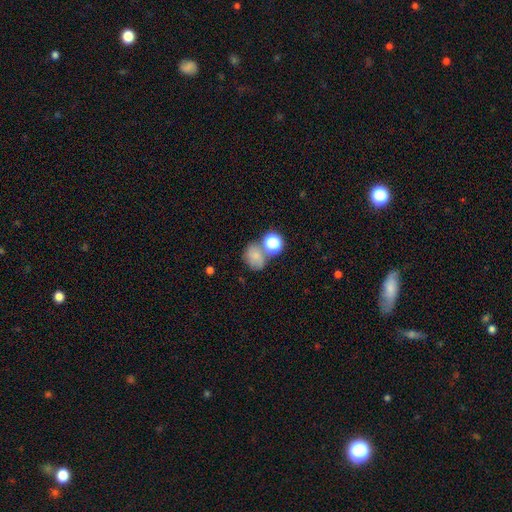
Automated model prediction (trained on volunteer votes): Q: Smooth or featured?
A: smooth (69%); runner-up: star or artifact (16%)
Q: How rounded?
A: round (54%); runner-up: in between (45%)
Q: Merging?
A: none (47%); runner-up: merger (27%)